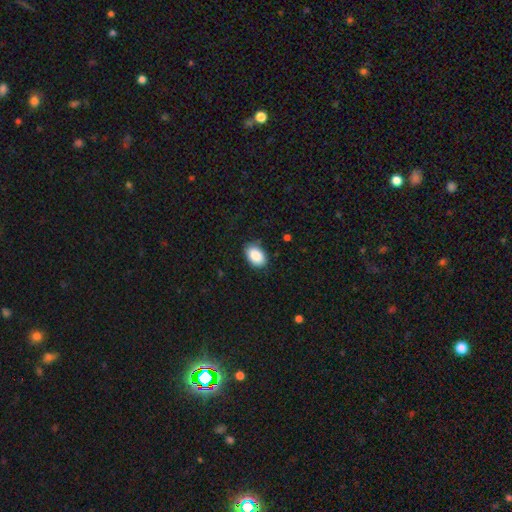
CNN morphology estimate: A smooth galaxy with no disk features (90%) that is in between round and cigar-shaped (89%). Merging: none (83%).